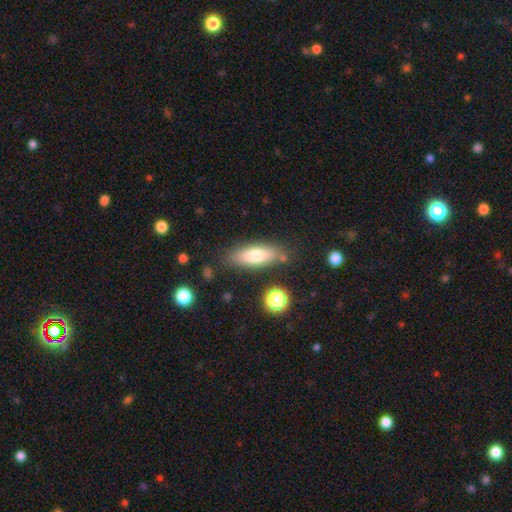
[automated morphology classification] This is likely a smooth galaxy (73%). How rounded: likely in between (61%). Merging: likely none (78%).